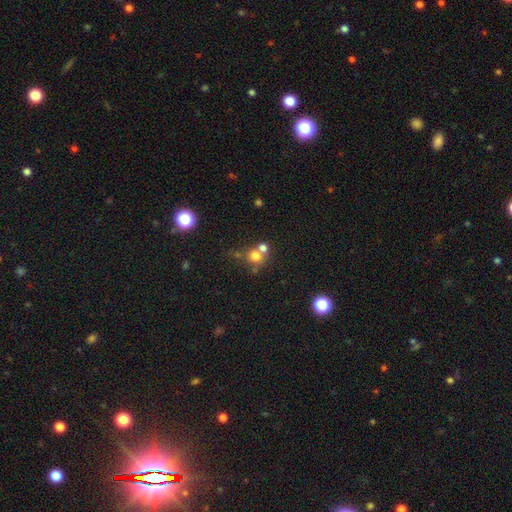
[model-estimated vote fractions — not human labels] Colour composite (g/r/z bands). It shows a smooth galaxy with no disk features (71%) that is round (85%). Merging: merger (45%).